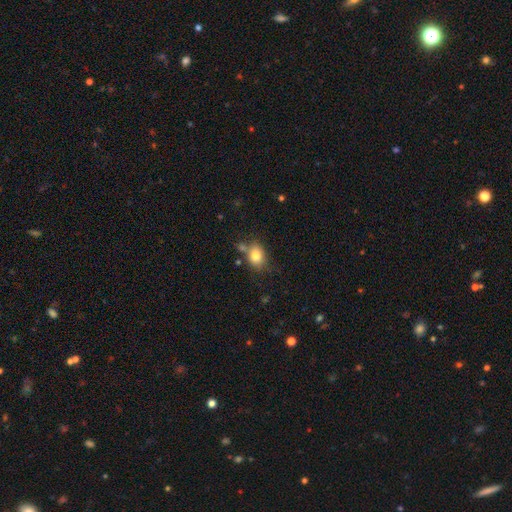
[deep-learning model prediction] smooth_or_featured: smooth (p=0.80) [alt: featured or disk p=0.11]
how_rounded: in between (p=0.56) [alt: round p=0.43]
merging: none (p=0.63) [alt: minor disturbance p=0.18]